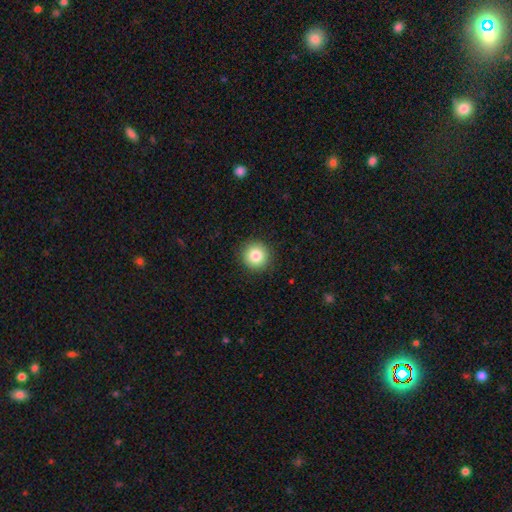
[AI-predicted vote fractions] This appears to be a smooth galaxy with no disk features (84%) that is round (95%). Merging: none (92%).